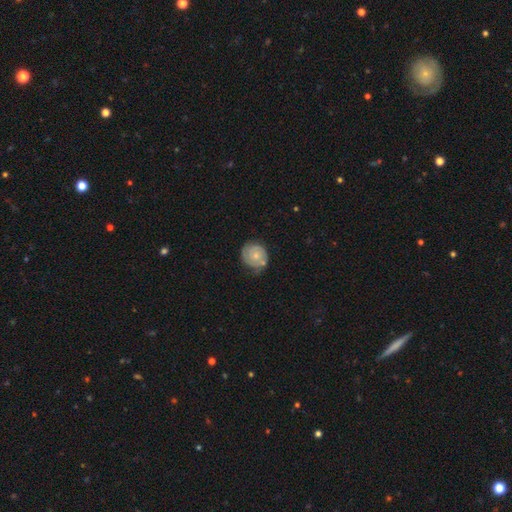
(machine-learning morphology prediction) type=featured or disk (64%); edge-on=no (98%); bar=no (78%); spiral arms=yes (88%); winding=tight (71%); arm count=2 (53%); bulge=small (57%); merging=none (62%).